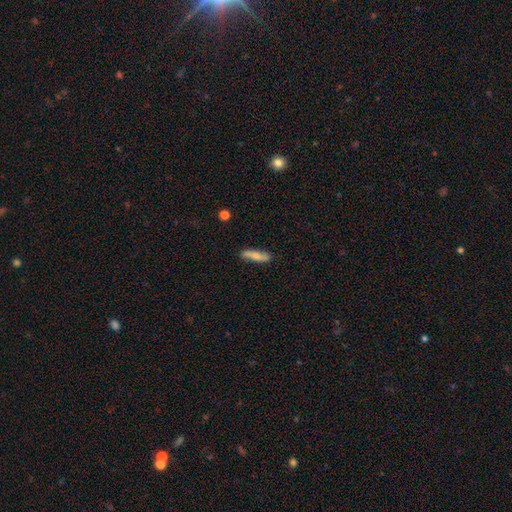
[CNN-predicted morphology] Smooth or featured? smooth (66%)
How rounded? cigar-shaped (73%)
Merging? none (84%)